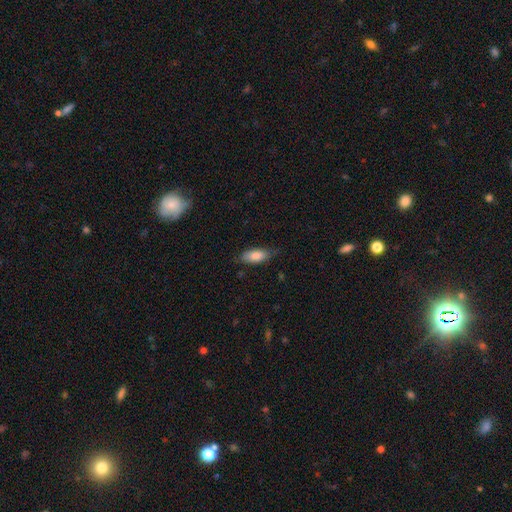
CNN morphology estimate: Overall: smooth (82%). How rounded: in between (78%). Merging: none (72%).